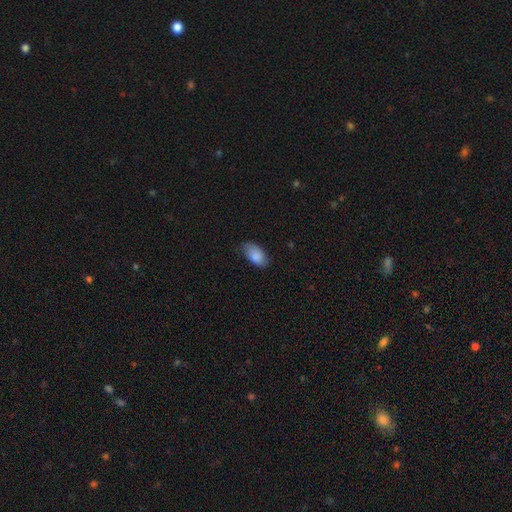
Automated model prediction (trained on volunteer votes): A smooth galaxy with no disk features (85%) that is in between round and cigar-shaped (94%). Merging: none (71%).